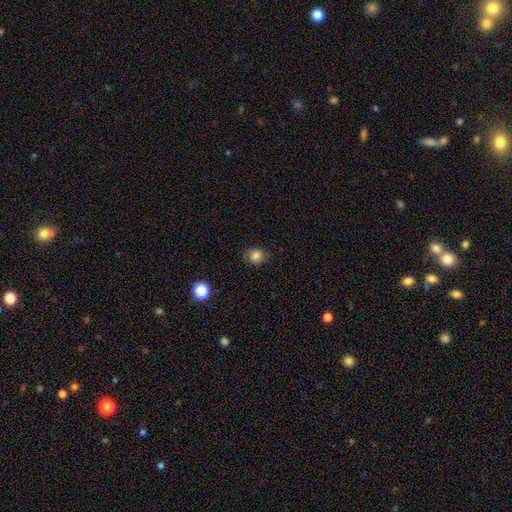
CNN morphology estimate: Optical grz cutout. It shows a smooth galaxy with no disk features (84%) that is round (70%). Merging: none (83%).